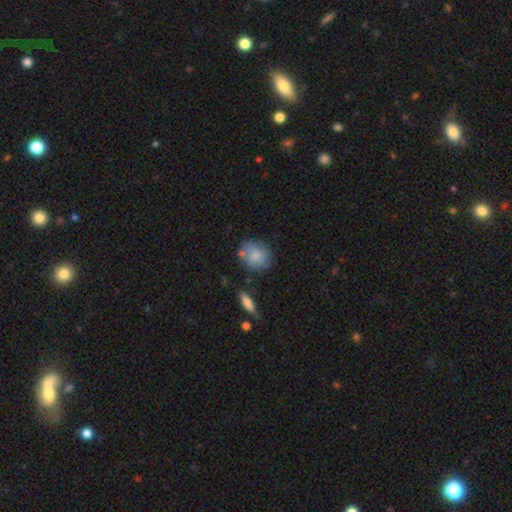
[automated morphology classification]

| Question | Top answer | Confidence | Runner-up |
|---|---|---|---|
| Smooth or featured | smooth | 75% | featured or disk (18%) |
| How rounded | round | 71% | in between (28%) |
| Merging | none | 63% | minor disturbance (21%) |